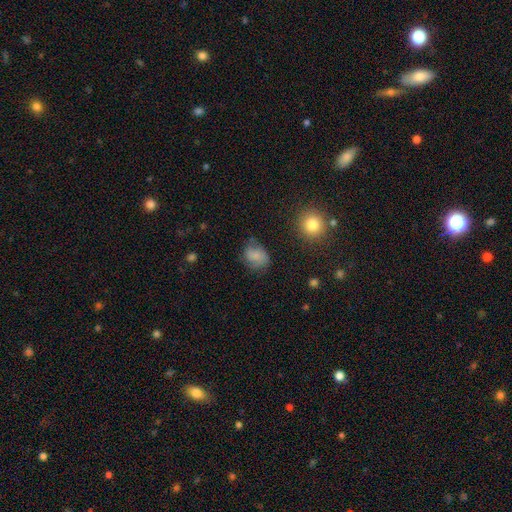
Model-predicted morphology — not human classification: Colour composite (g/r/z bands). It shows a smooth galaxy with no disk features (69%) that is in between round and cigar-shaped (52%). Merging: none (55%).